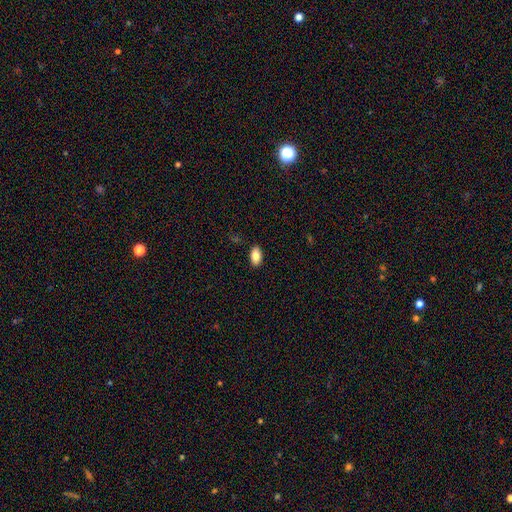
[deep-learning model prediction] Smooth or featured?
  - smooth: 84% *
  - featured or disk: 8%
  - star or artifact: 7%
How rounded?
  - in between: 93% *
  - round: 5%
  - cigar-shaped: 3%
Merging?
  - none: 88% *
  - minor disturbance: 9%
  - major disturbance: 2%
  - merger: 1%